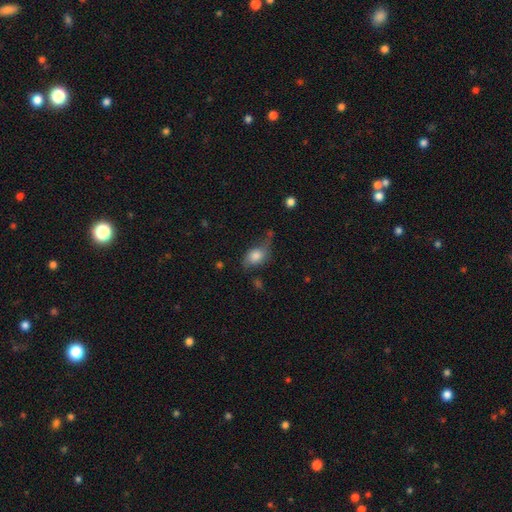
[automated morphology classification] smooth-or-featured: smooth: 64% | featured or disk: 27% | star or artifact: 9%
  how-rounded: in between: 71% | round: 26% | cigar-shaped: 3%
  merging: none: 44% | minor disturbance: 31% | major disturbance: 20% | merger: 5%